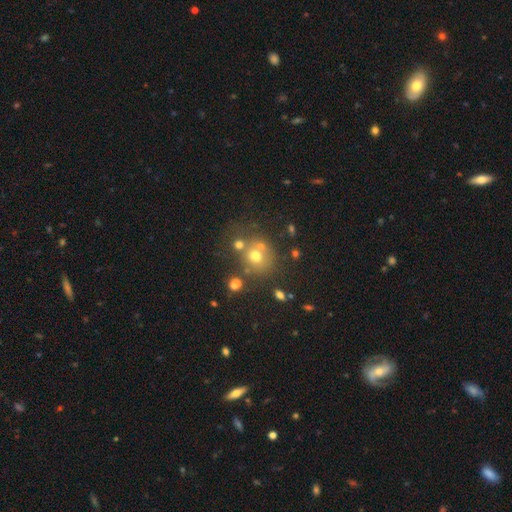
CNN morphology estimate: Smooth or featured?
  - smooth: 60% *
  - star or artifact: 21%
  - featured or disk: 18%
How rounded?
  - round: 80% *
  - in between: 19%
  - cigar-shaped: 1%
Merging?
  - none: 54% *
  - merger: 28%
  - minor disturbance: 11%
  - major disturbance: 6%